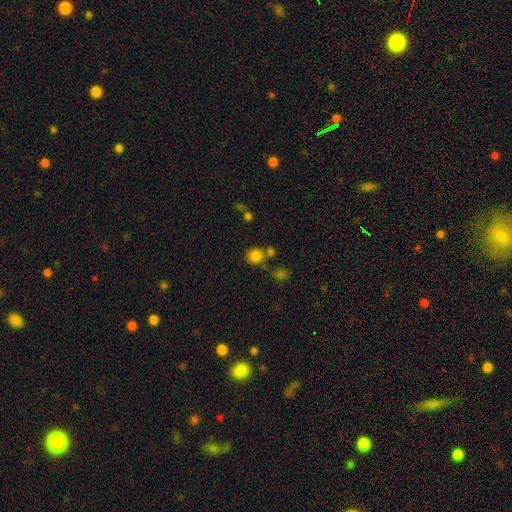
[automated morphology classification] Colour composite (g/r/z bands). It shows a smooth galaxy with no disk features (81%) that is round (87%). Merging: none (62%).